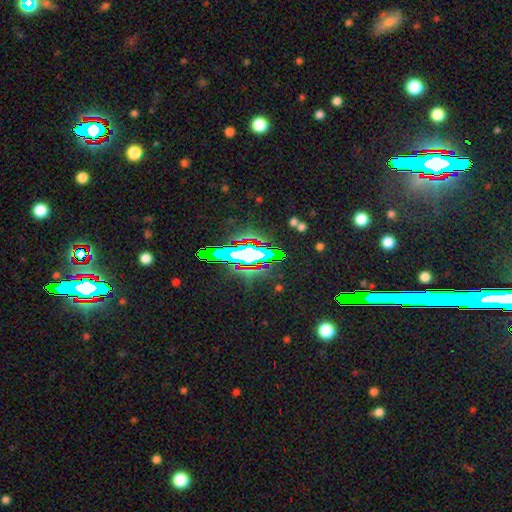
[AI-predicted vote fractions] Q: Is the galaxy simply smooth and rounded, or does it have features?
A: star or artifact — 66%.